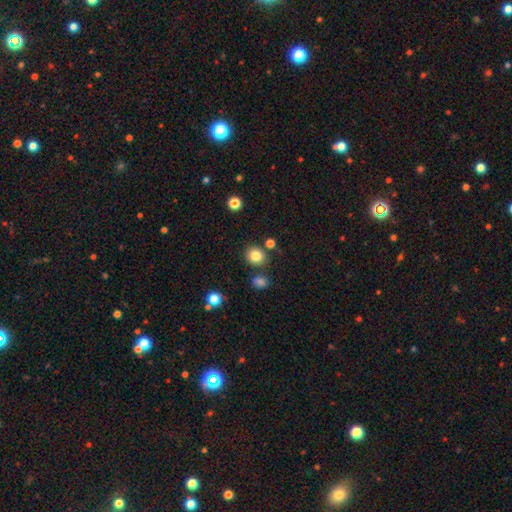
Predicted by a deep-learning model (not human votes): Smooth or featured: smooth — 83% (star or artifact — 11%)
How rounded: round — 82% (in between — 17%)
Merging: none — 81% (minor disturbance — 9%)